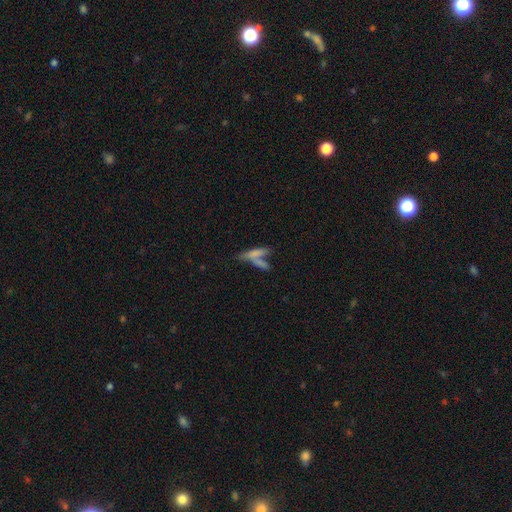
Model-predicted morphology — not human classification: Smooth or featured? Predicted: smooth (p=0.63). How rounded? Predicted: cigar-shaped (p=0.72). Merging? Predicted: merger (p=0.48).